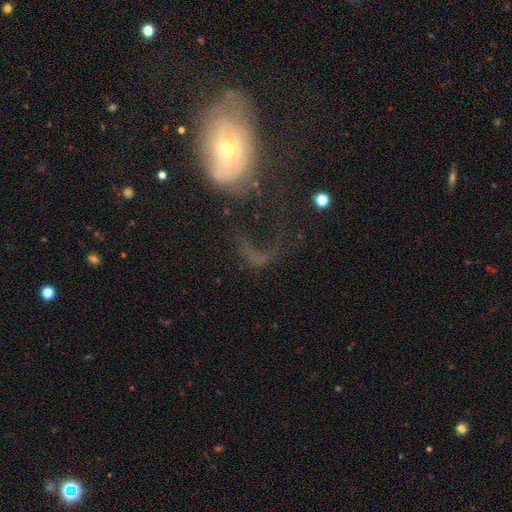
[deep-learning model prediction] Smooth or featured? featured or disk (40%)
Merging? major disturbance (51%)